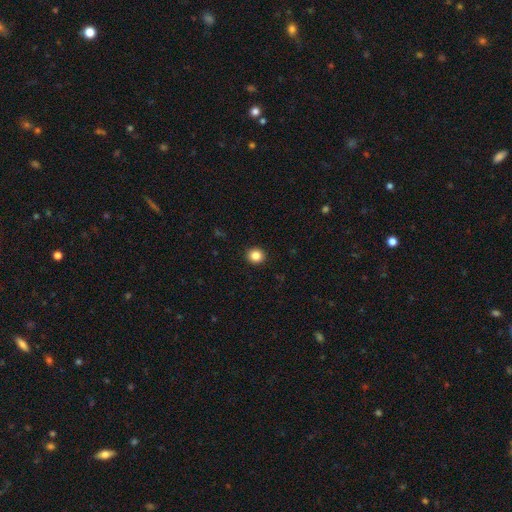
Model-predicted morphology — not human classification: Smooth or featured: smooth — 85% (star or artifact — 11%)
How rounded: round — 86% (in between — 13%)
Merging: none — 93% (minor disturbance — 5%)